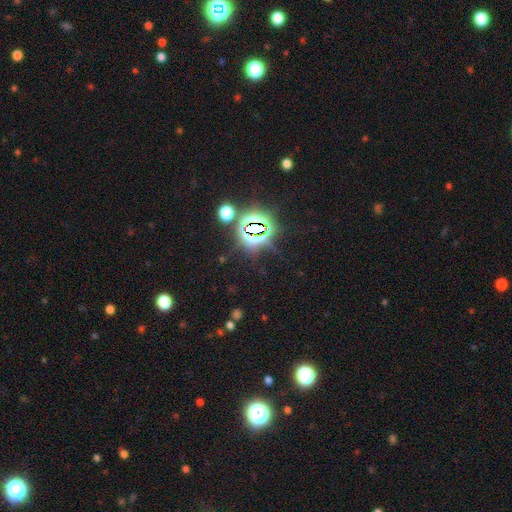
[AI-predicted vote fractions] This is clearly a star or artifact rather than a galaxy (82%).